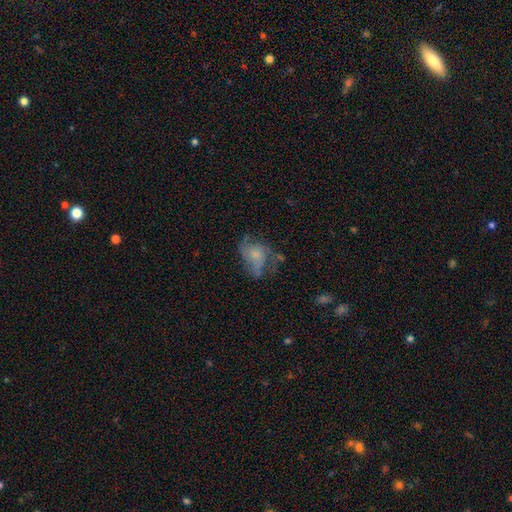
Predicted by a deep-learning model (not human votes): smooth_or_featured: featured or disk (p=0.53) [alt: smooth p=0.37]
disk_edge_on: no (p=0.97) [alt: yes p=0.03]
bar: no (p=0.80) [alt: weak p=0.18]
has_spiral_arms: yes (p=0.64) [alt: no p=0.36]
bulge_size: small (p=0.37) [alt: moderate p=0.34]
merging: none (p=0.40) [alt: major disturbance p=0.30]